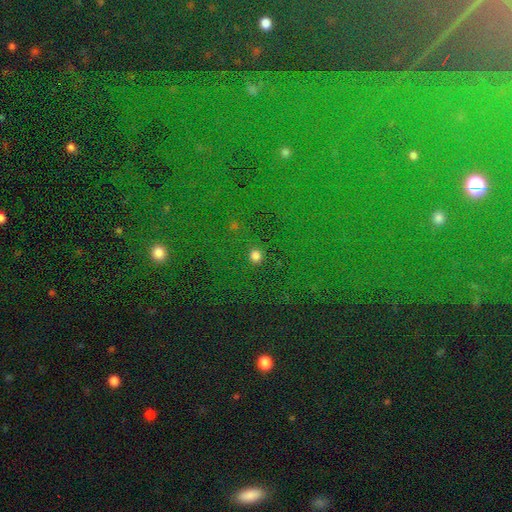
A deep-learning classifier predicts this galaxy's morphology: This is likely a smooth galaxy (75%). How rounded: clearly round (88%). Merging: clearly none (86%).